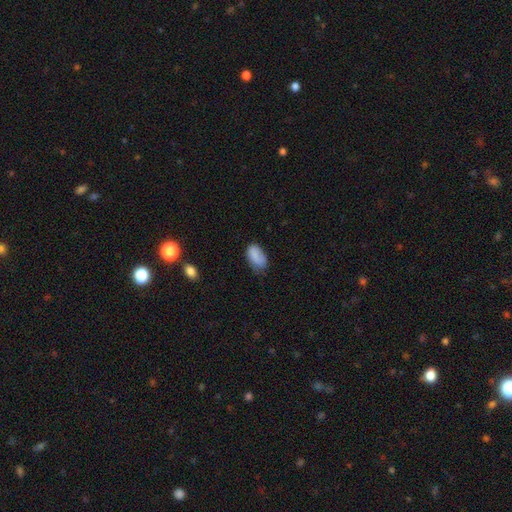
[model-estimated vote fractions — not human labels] Smooth or featured?
  - smooth: 83% *
  - featured or disk: 9%
  - star or artifact: 8%
How rounded?
  - in between: 93% *
  - round: 5%
  - cigar-shaped: 2%
Merging?
  - none: 58% *
  - minor disturbance: 32%
  - major disturbance: 8%
  - merger: 2%